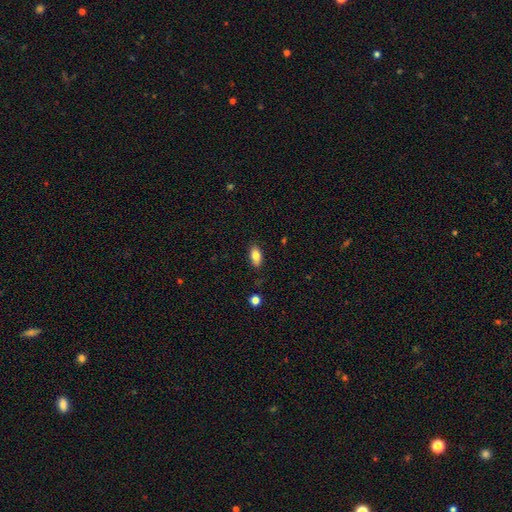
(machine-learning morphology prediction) type=smooth (82%); roundness=in between (90%); merging=none (84%).